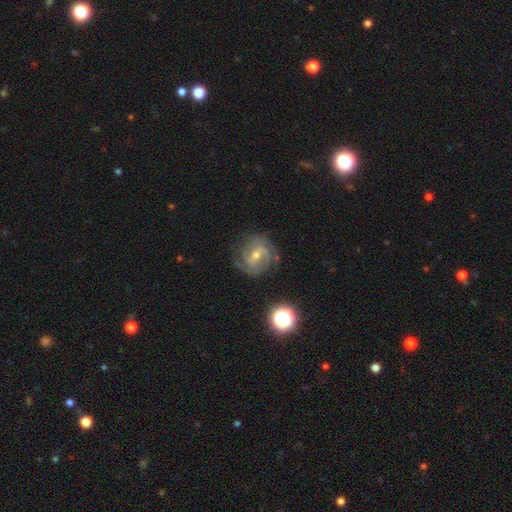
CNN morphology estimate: smooth-or-featured: featured or disk: 79% | smooth: 12% | star or artifact: 9%
  disk-edge-on: no: 97% | yes: 3%
    bar: weak: 50% | no: 27% | strong: 23%
    has-spiral-arms: yes: 92% | no: 8%
      spiral-winding: tight: 49% | medium: 38% | loose: 12%
      spiral-arm-count: 2: 36% | can't tell: 28% | 3: 21% | 4: 5% | 1: 5% | more than 4: 4%
    bulge-size: moderate: 52% | small: 44% | large: 2% | none: 1% | dominant: 1%
  merging: none: 72% | minor disturbance: 18% | major disturbance: 8% | merger: 2%